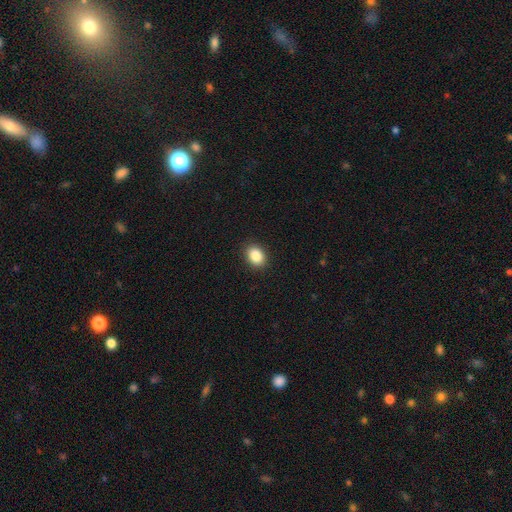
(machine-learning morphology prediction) smooth-or-featured: smooth: 88% | star or artifact: 8% | featured or disk: 4%
  how-rounded: in between: 65% | round: 34% | cigar-shaped: 1%
  merging: none: 90% | minor disturbance: 7% | major disturbance: 2% | merger: 1%